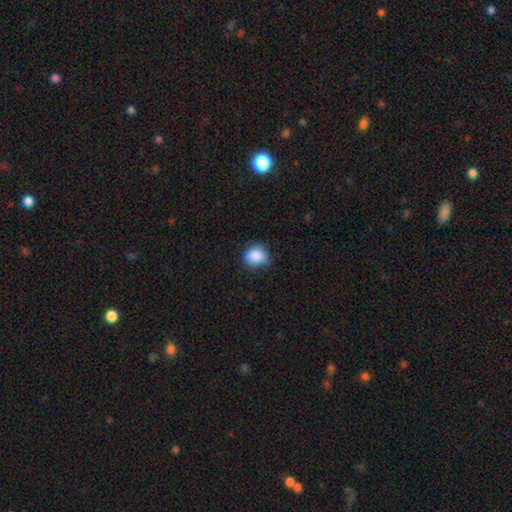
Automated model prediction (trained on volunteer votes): Smooth or featured? Predicted: smooth (p=0.84). How rounded? Predicted: round (p=0.65). Merging? Predicted: none (p=0.52).